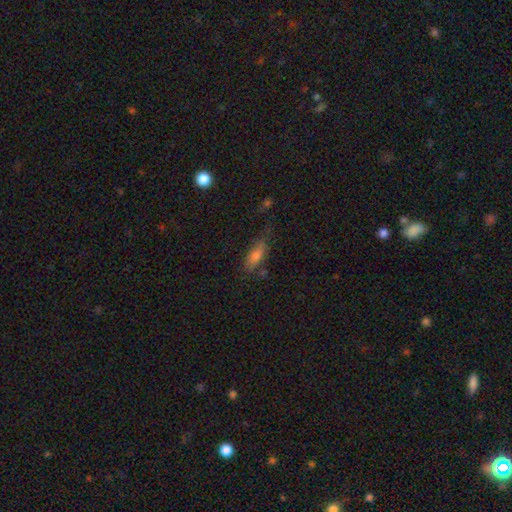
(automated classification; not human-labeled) smooth_or_featured: smooth (p=0.71) [alt: featured or disk p=0.18]
how_rounded: in between (p=0.66) [alt: cigar-shaped p=0.30]
merging: none (p=0.60) [alt: minor disturbance p=0.25]